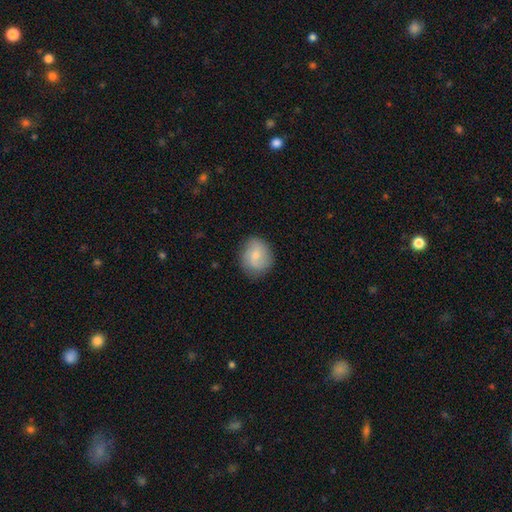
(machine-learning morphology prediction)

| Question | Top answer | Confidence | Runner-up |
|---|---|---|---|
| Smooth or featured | smooth | 66% | featured or disk (27%) |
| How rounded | round | 67% | in between (32%) |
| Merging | none | 81% | minor disturbance (15%) |